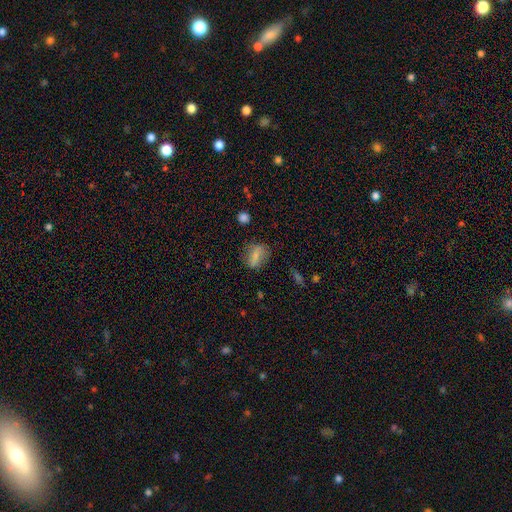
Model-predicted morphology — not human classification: Smooth or featured? smooth (65%)
How rounded? in between (66%)
Merging? none (71%)